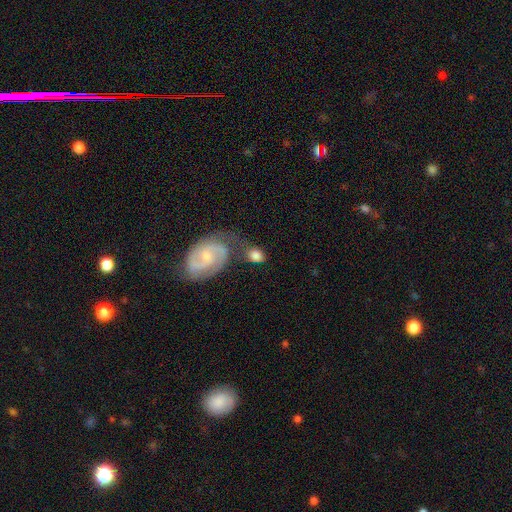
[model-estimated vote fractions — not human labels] The model was most divided on "merging": none: 49%, merger: 24%, minor disturbance: 19%, major disturbance: 9%. More confident: how rounded — in between (67%); smooth or featured — smooth (66%).